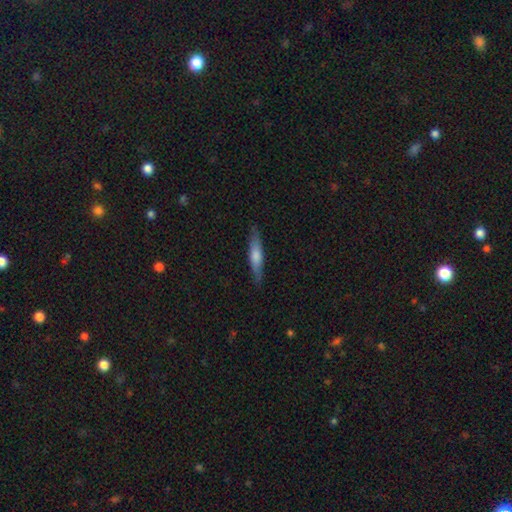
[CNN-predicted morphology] This is possibly a featured or disk galaxy (49%). Merging: clearly none (87%).